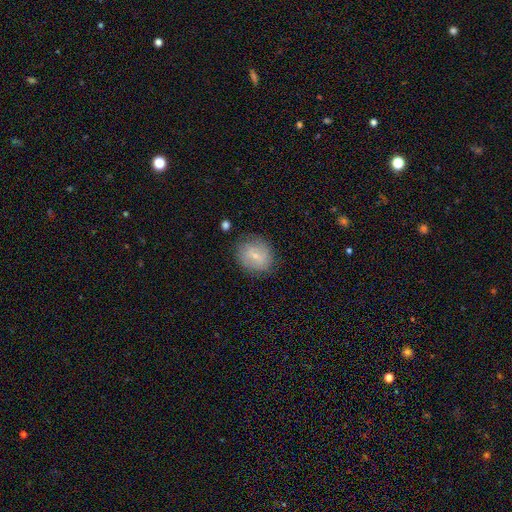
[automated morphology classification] A smooth galaxy with no disk features (60%) that is round (68%). Merging: none (77%).